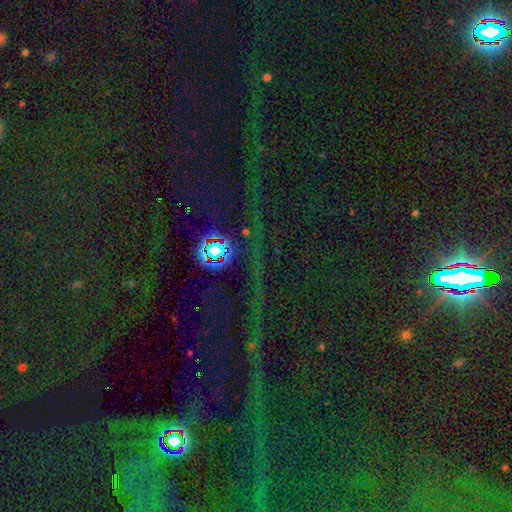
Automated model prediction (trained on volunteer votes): A star or artifact, not a galaxy (84%).